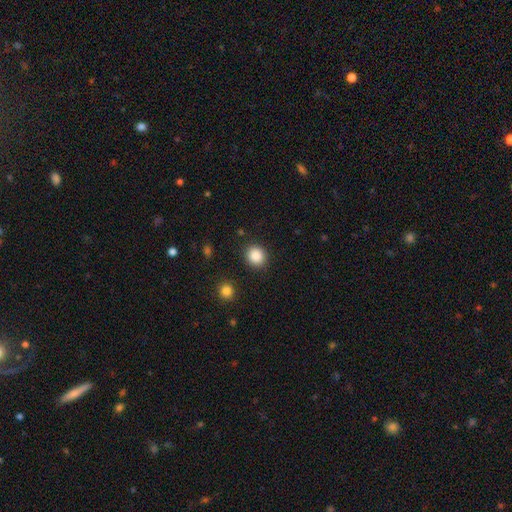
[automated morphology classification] This is clearly a smooth galaxy (87%). How rounded: clearly round (83%). Merging: clearly none (89%).